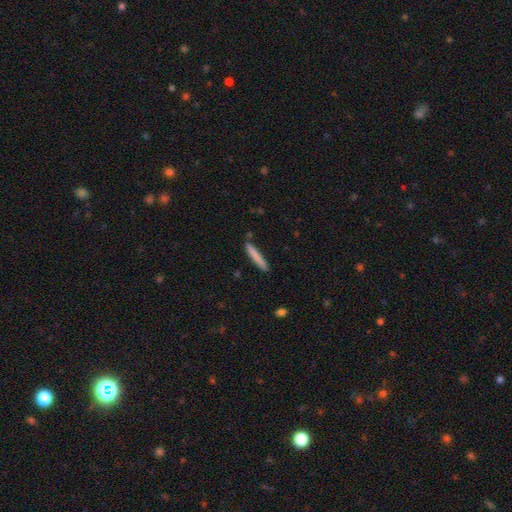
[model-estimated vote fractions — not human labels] This appears to be a smooth galaxy with no disk features (80%) that is cigar-shaped (94%). Merging: none (87%).